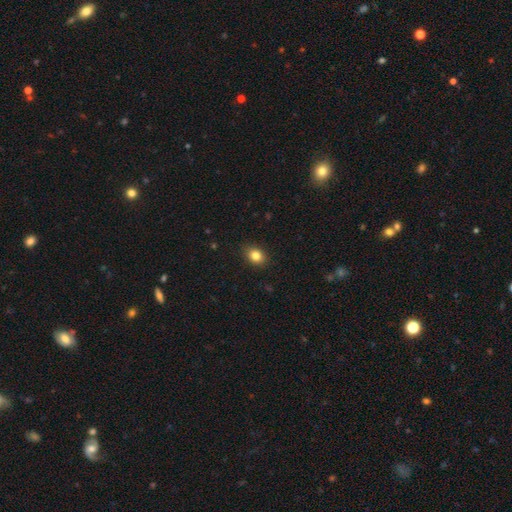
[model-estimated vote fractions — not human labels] A smooth galaxy with no disk features (84%) that is in between round and cigar-shaped (59%). Merging: none (89%).